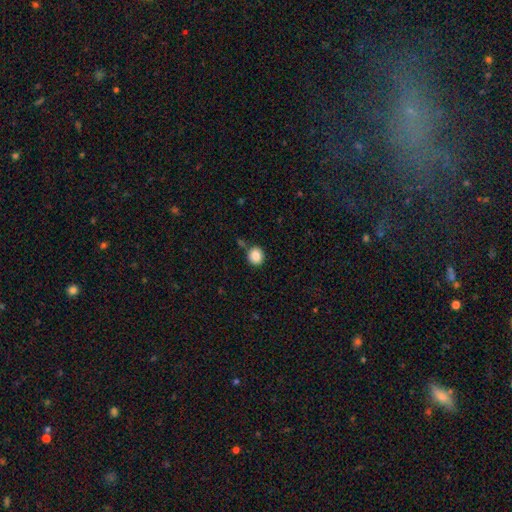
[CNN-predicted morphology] The model was most divided on "merging": none: 79%, minor disturbance: 11%, merger: 7%, major disturbance: 3%. More confident: smooth or featured — smooth (87%); how rounded — round (85%).